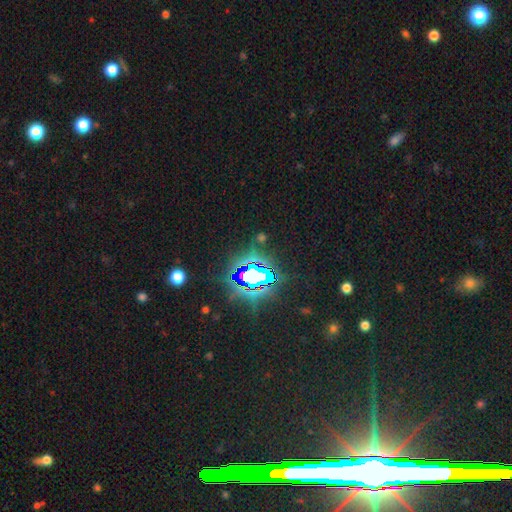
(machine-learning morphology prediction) Smooth or featured? Predicted: star or artifact (p=0.82).